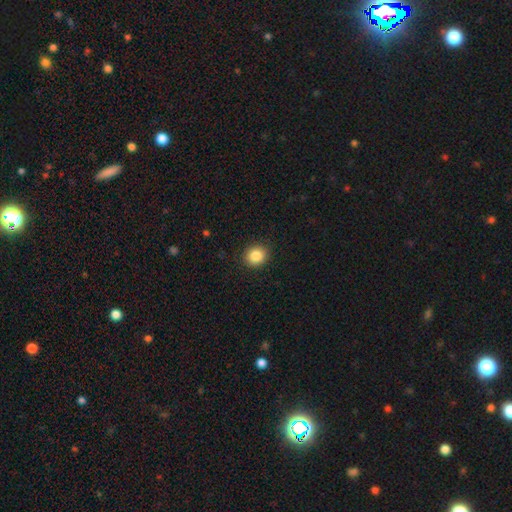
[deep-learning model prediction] Morphology: type=smooth (85%); roundness=round (80%); merging=none (90%).